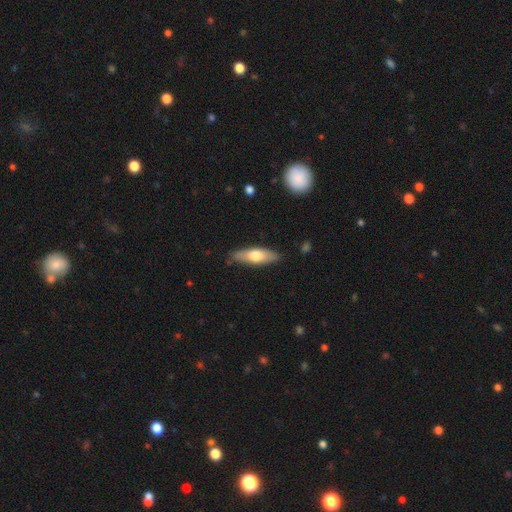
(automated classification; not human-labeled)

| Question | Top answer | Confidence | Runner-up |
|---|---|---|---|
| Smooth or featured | smooth | 59% | featured or disk (36%) |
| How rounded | cigar-shaped | 50% | in between (47%) |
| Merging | none | 86% | minor disturbance (11%) |